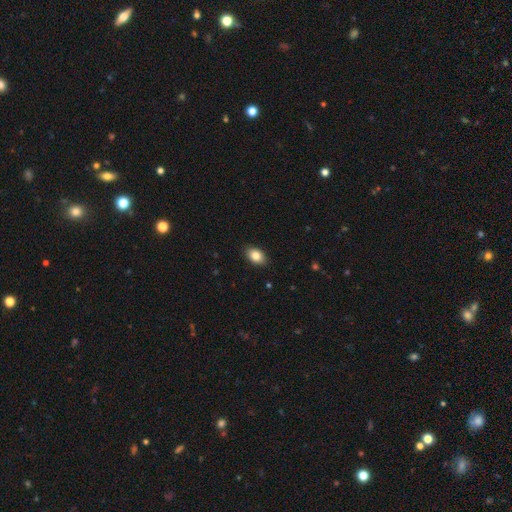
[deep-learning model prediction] Overall: smooth (85%). How rounded: in between (85%). Merging: none (88%).